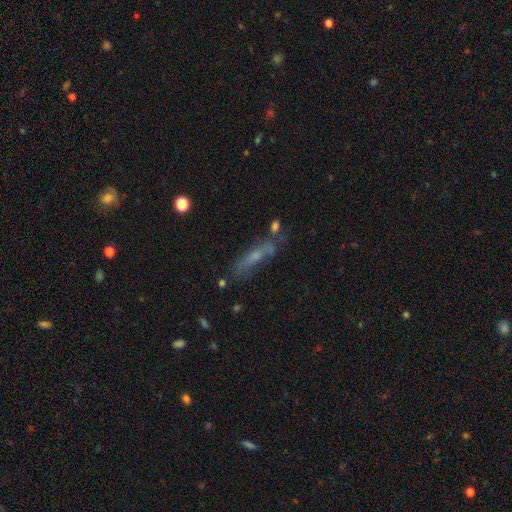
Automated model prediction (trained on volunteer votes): This appears to be a featured or disk galaxy (45%). Merging: none (59%).